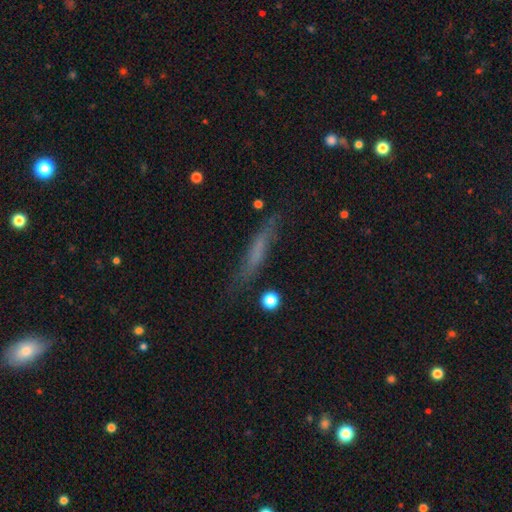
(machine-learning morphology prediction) A smooth galaxy with no disk features (50%). Merging: none (73%).